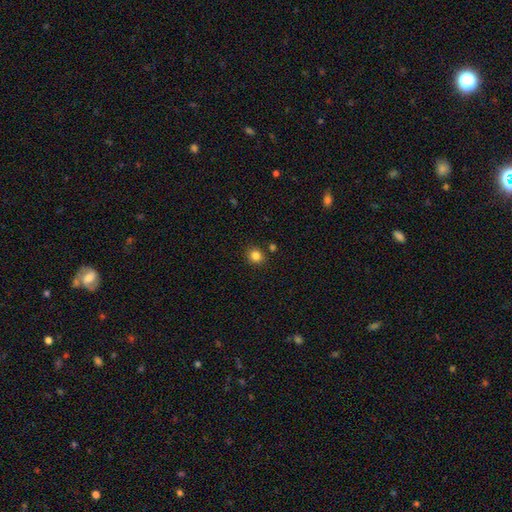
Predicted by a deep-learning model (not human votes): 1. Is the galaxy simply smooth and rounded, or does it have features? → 83% smooth, 12% star or artifact, 5% featured or disk.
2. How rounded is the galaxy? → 84% round, 15% in between, 1% cigar-shaped.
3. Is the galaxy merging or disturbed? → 85% none, 8% minor disturbance, 4% merger, 2% major disturbance.